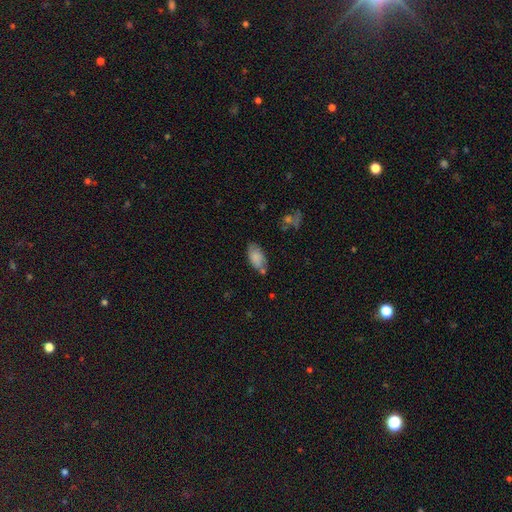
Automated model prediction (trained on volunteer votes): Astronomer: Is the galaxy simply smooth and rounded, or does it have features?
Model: smooth — 71%.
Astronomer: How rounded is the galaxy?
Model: in between — 91%.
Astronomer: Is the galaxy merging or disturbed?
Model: none — 67%.